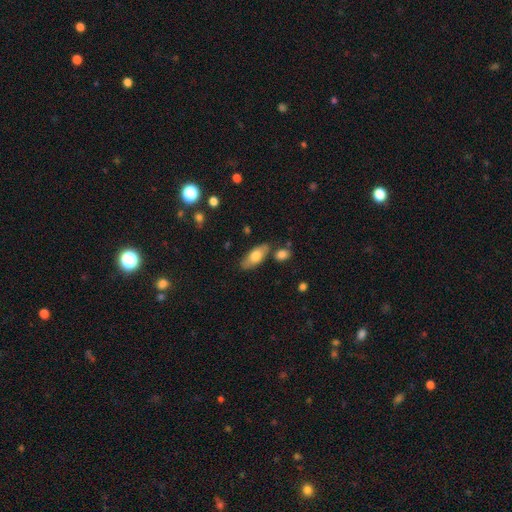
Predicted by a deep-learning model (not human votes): smooth_or_featured: smooth (p=0.70) [alt: featured or disk p=0.24]
how_rounded: in between (p=0.80) [alt: cigar-shaped p=0.17]
merging: none (p=0.76) [alt: minor disturbance p=0.14]